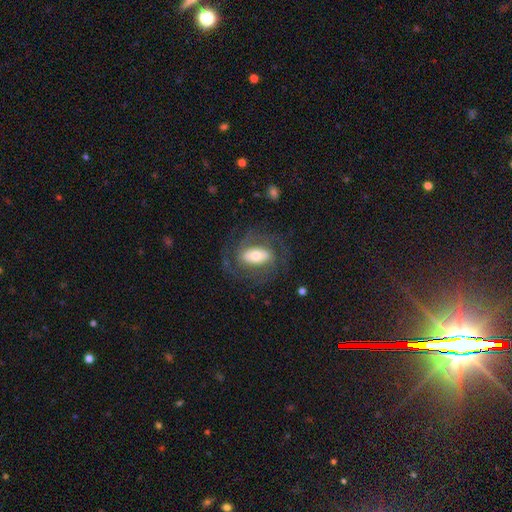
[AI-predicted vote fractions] smooth-or-featured: featured or disk: 69% | smooth: 25% | star or artifact: 7%
  disk-edge-on: no: 95% | yes: 5%
    bar: no: 44% | weak: 33% | strong: 24%
    has-spiral-arms: yes: 81% | no: 19%
      spiral-winding: medium: 43% | tight: 41% | loose: 17%
      spiral-arm-count: 2: 61% | can't tell: 20% | 3: 8% | 1: 5% | 4: 3% | more than 4: 3%
    bulge-size: moderate: 53% | small: 22% | large: 20% | dominant: 3% | none: 1%
  merging: none: 68% | minor disturbance: 15% | major disturbance: 15% | merger: 1%